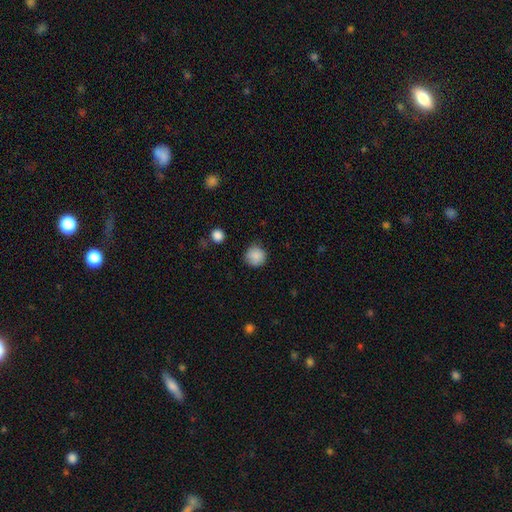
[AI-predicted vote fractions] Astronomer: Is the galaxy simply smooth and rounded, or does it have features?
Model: smooth — 87%.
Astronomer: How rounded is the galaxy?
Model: round — 93%.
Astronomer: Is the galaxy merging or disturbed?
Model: none — 82%.